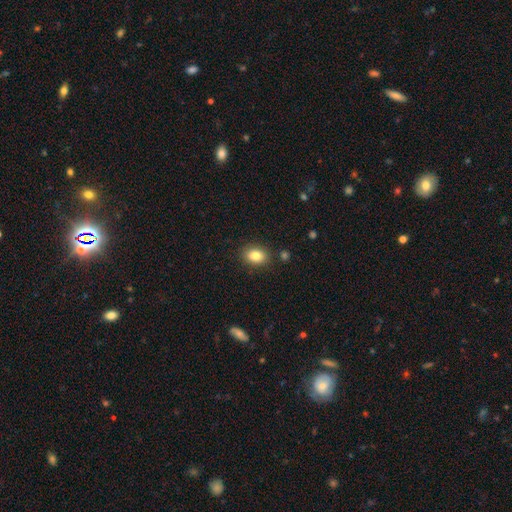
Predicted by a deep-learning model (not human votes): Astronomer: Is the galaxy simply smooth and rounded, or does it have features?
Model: smooth — 84%.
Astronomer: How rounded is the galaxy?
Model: in between — 74%.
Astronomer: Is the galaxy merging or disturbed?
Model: none — 85%.